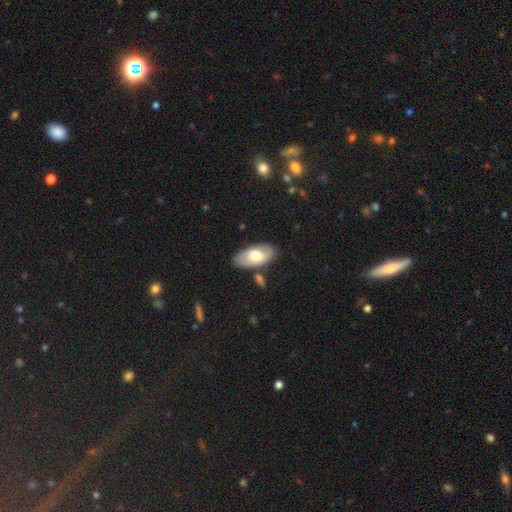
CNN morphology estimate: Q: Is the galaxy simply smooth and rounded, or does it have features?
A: smooth — 66%.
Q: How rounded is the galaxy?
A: in between — 94%.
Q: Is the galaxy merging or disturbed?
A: none — 78%.